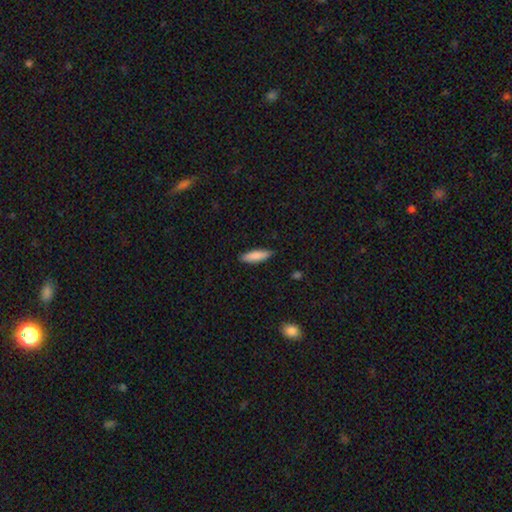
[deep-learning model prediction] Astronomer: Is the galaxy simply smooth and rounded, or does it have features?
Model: smooth — 85%.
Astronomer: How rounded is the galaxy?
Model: cigar-shaped — 59% (runner-up: in between, 40%).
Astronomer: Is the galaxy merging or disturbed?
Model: none — 85%.